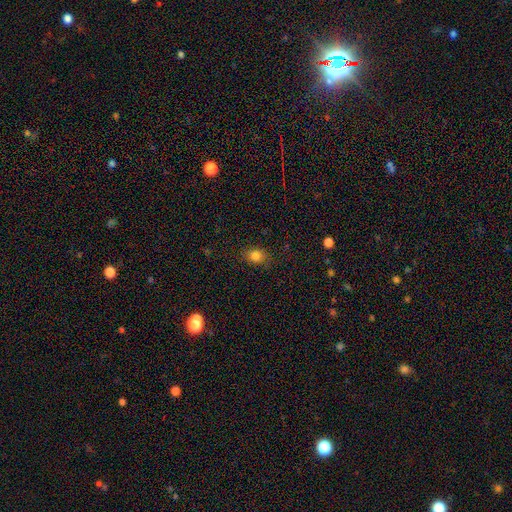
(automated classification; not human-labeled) smooth-or-featured: smooth: 83% | star or artifact: 12% | featured or disk: 6%
  how-rounded: in between: 50% | round: 49% | cigar-shaped: 1%
  merging: none: 81% | minor disturbance: 14% | major disturbance: 4% | merger: 1%